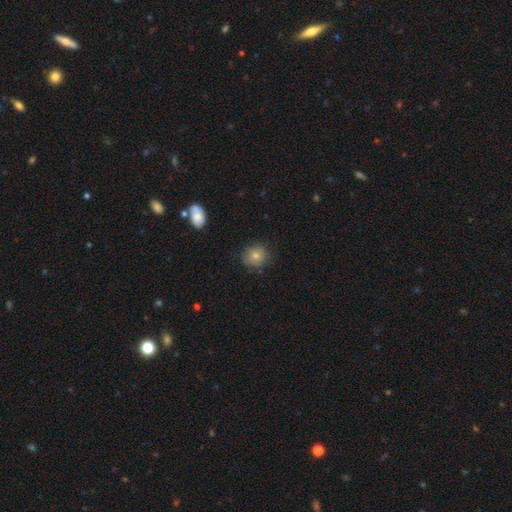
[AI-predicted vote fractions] This appears to be a smooth galaxy with no disk features (74%) that is round (82%). Merging: none (82%).